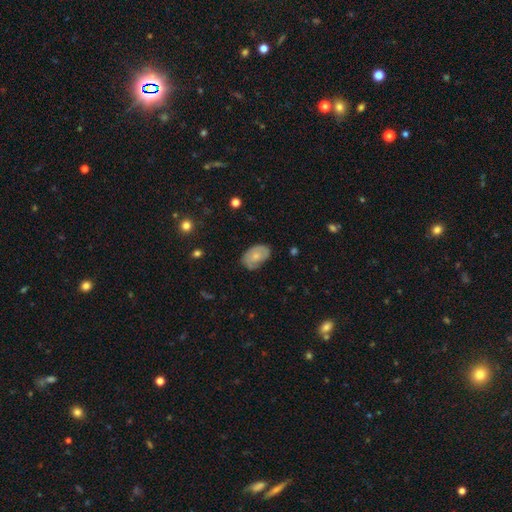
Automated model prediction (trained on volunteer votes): This is likely a smooth galaxy (64%). How rounded: clearly in between (87%). Merging: likely none (67%).